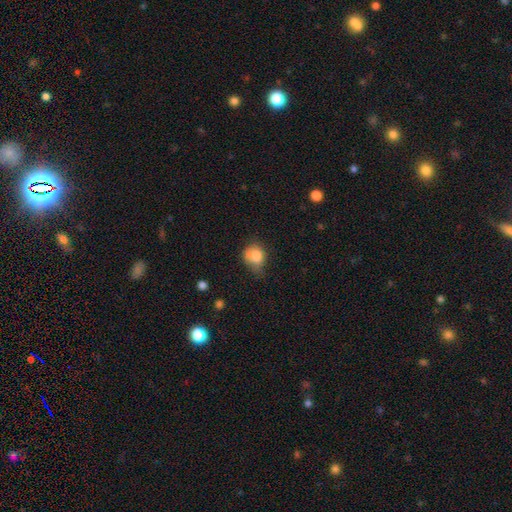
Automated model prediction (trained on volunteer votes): A smooth galaxy with no disk features (80%) that is round (52%).

Vote fractions:
- Smooth or featured? smooth: 80% / featured or disk: 11% / star or artifact: 9%
- How rounded? round: 52% / in between: 47% / cigar-shaped: 1%
- Merging? minor disturbance: 40% / none: 37% / major disturbance: 18% / merger: 5%